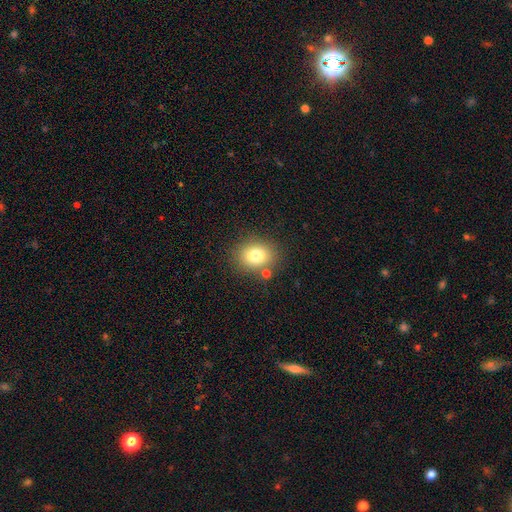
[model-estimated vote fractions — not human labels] smooth 78%, star or artifact 12%, featured or disk 10%. Down the decision tree: how rounded — round (55%); merging — none (79%).